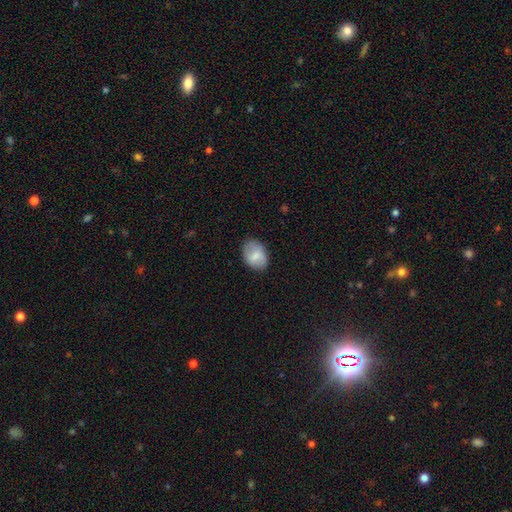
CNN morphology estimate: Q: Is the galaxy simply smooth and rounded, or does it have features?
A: smooth — 71%.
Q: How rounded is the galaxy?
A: in between — 76%.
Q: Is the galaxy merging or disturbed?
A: none — 77%.